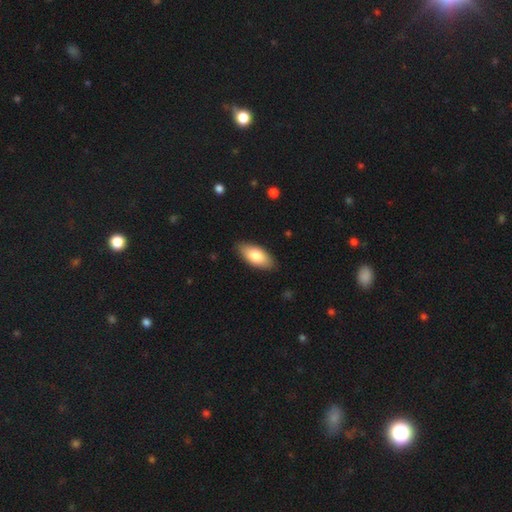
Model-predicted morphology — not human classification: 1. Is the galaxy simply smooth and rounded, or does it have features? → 79% smooth, 15% featured or disk, 5% star or artifact.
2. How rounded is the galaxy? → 89% in between, 9% cigar-shaped, 2% round.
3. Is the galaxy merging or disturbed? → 87% none, 10% minor disturbance, 2% major disturbance, 1% merger.